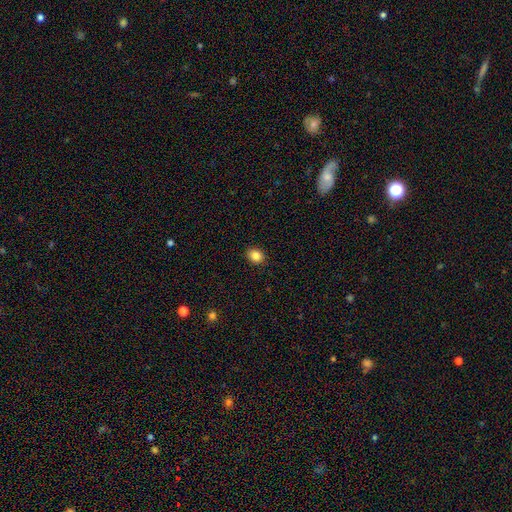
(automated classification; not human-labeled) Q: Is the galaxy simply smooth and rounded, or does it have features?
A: smooth — 85%.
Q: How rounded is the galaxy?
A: round — 50%.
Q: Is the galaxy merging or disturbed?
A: none — 90%.